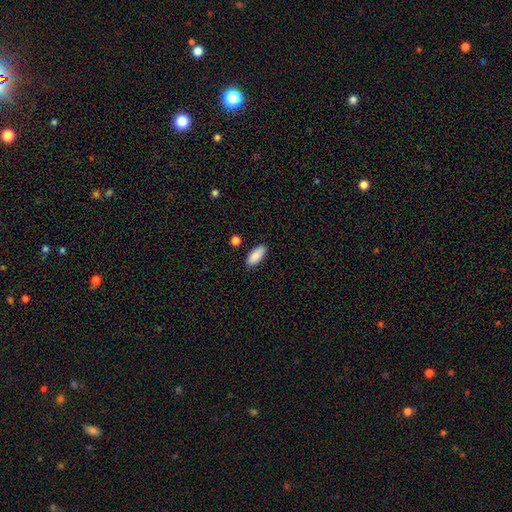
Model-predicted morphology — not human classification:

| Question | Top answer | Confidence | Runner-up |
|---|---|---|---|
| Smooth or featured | smooth | 89% | star or artifact (6%) |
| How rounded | in between | 82% | cigar-shaped (16%) |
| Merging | none | 84% | minor disturbance (11%) |